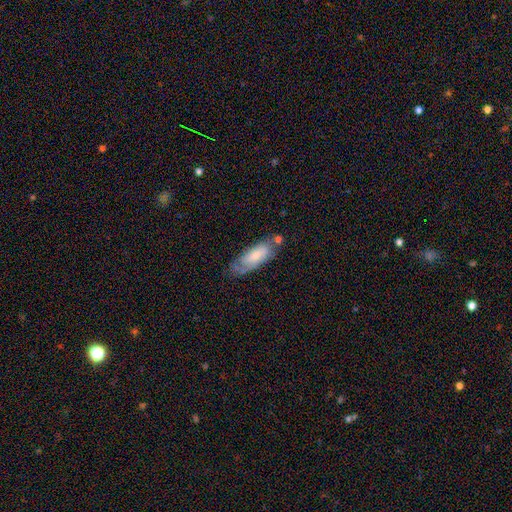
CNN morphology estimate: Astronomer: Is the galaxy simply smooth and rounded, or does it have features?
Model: smooth — 54% (runner-up: featured or disk, 39%).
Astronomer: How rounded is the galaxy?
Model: in between — 69%.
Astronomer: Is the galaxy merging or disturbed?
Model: none — 53%.